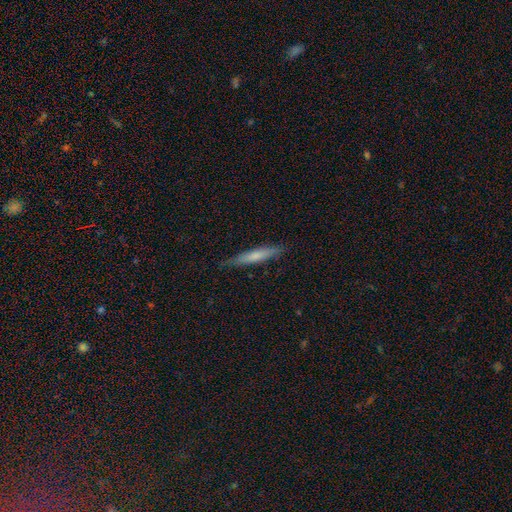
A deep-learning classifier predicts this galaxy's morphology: Smooth or featured: smooth — 63% (featured or disk — 31%)
How rounded: cigar-shaped — 92% (in between — 6%)
Merging: none — 83% (minor disturbance — 13%)